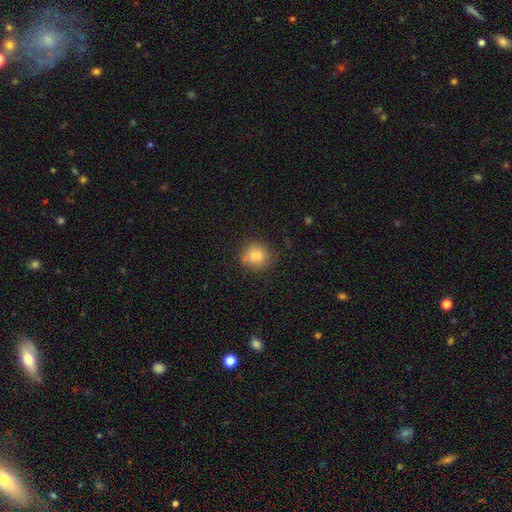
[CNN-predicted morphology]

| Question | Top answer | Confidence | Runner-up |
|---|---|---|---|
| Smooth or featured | smooth | 83% | star or artifact (10%) |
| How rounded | round | 89% | in between (10%) |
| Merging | none | 81% | minor disturbance (13%) |